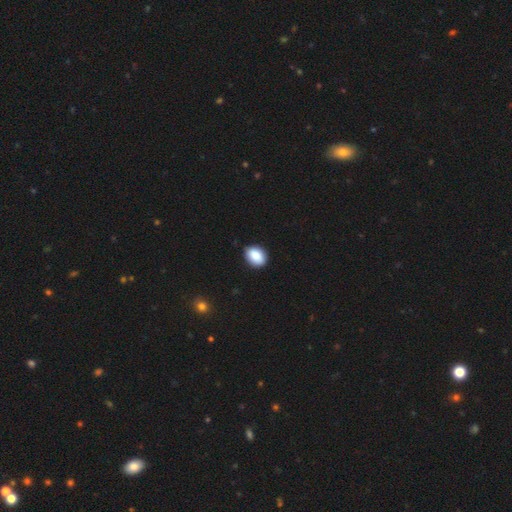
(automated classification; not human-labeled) This is clearly a smooth galaxy (89%). How rounded: likely in between (72%). Merging: clearly none (86%).